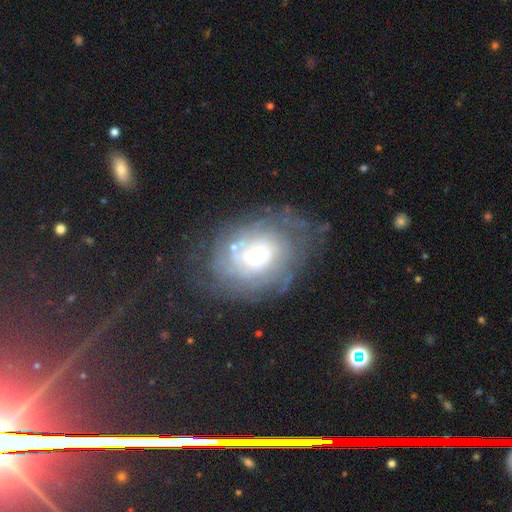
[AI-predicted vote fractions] A featured or disk galaxy (71%) with no bar (79%), tight (69%) spiral arms (80%) and a small central bulge (45%).

Vote fractions:
- Smooth or featured? featured or disk: 71% / smooth: 21% / star or artifact: 9%
- Edge-on disk? no: 96% / yes: 4%
- Bar? no: 79% / weak: 17% / strong: 4%
- Spiral arms? yes: 80% / no: 20%
- Spiral winding? tight: 69% / medium: 22% / loose: 9%
- Spiral arm count? can't tell: 58% / 2: 12% / more than 4: 9% / 4: 8% / 3: 8% / 1: 5%
- Bulge size? small: 45% / moderate: 37% / large: 13% / dominant: 2% / none: 2%
- Merging? none: 66% / minor disturbance: 19% / major disturbance: 12% / merger: 3%